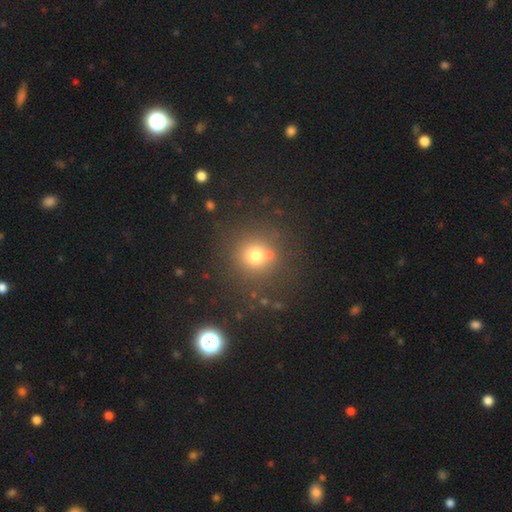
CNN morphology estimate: Smooth or featured: smooth — 72% (star or artifact — 18%)
How rounded: round — 91% (in between — 8%)
Merging: none — 77% (minor disturbance — 9%)